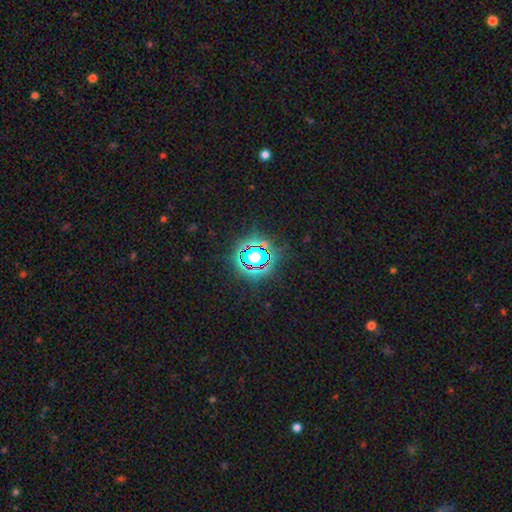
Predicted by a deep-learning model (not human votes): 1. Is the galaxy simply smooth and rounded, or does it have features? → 69% star or artifact, 20% smooth, 11% featured or disk.